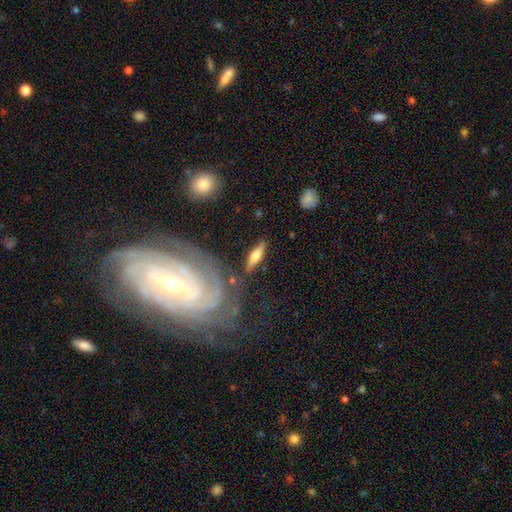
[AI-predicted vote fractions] smooth 54%, featured or disk 40%, star or artifact 6%. Down the decision tree: how rounded — cigar-shaped (58%); merging — none (80%).